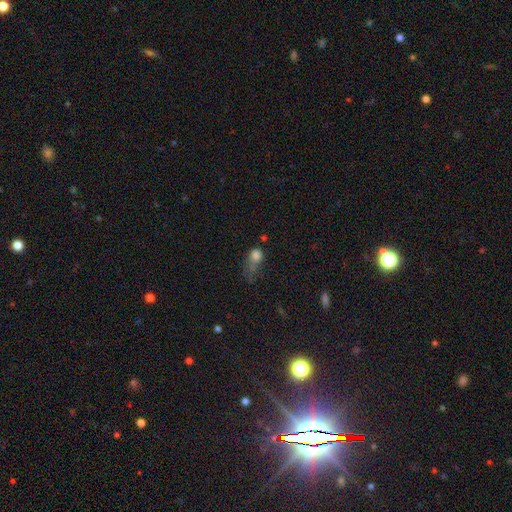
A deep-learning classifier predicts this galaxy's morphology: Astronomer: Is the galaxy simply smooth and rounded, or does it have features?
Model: smooth — 73%.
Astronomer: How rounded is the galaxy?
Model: round — 49% (runner-up: in between, 48%).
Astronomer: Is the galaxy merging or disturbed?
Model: major disturbance — 41% (runner-up: none, 23%).